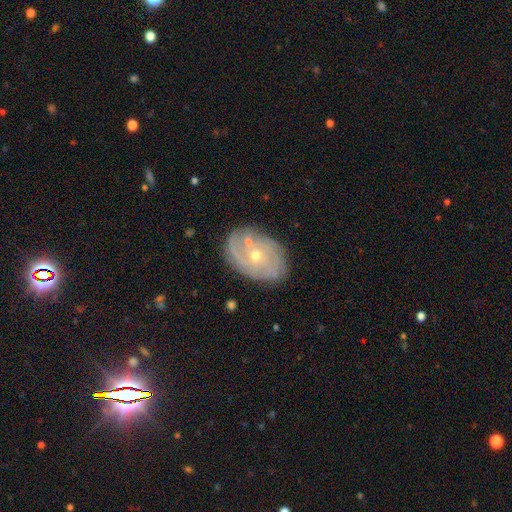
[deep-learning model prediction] Smooth or featured: featured or disk — 79% (smooth — 13%)
Edge-on disk: no — 96% (yes — 4%)
Bar: no — 76% (weak — 20%)
Spiral arms: yes — 90% (no — 10%)
Spiral winding: tight — 64% (medium — 27%)
Spiral arm count: can't tell — 37% (3 — 19%)
Bulge size: small — 59% (moderate — 39%)
Merging: none — 75% (minor disturbance — 16%)